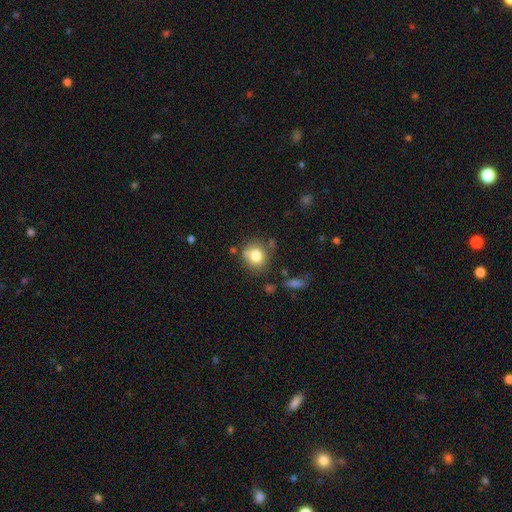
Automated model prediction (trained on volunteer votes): A smooth galaxy with no disk features (79%) that is round (79%). Merging: none (69%).